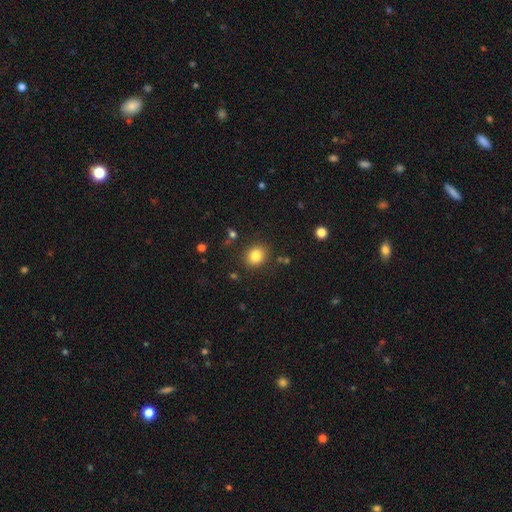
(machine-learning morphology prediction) Overall: smooth (83%). How rounded: round (71%). Merging: none (86%).